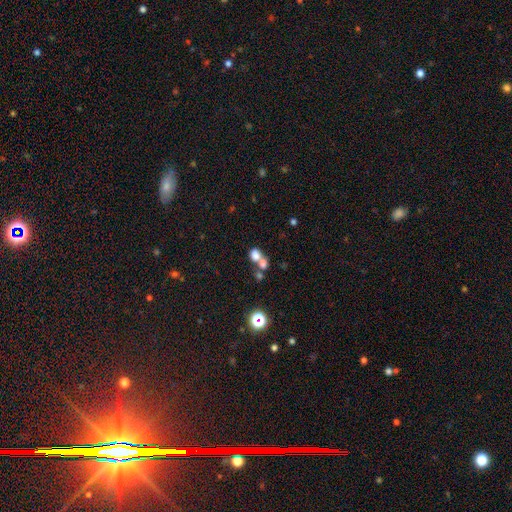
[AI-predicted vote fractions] The model was most divided on "how rounded": round: 59%, in between: 40%, cigar-shaped: 1%. More confident: smooth or featured — smooth (72%); merging — merger (59%).